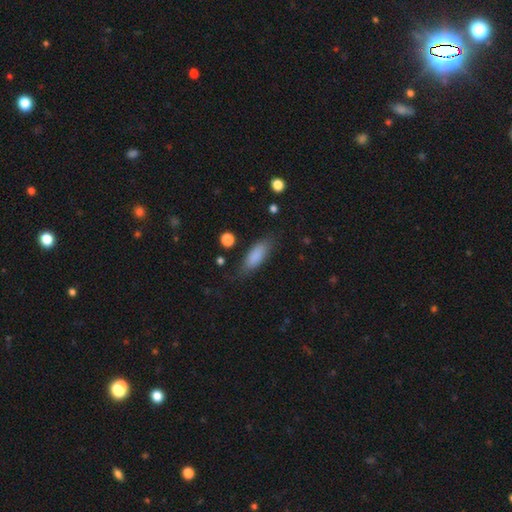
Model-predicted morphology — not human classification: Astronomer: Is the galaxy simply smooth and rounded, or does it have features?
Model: smooth — 85%.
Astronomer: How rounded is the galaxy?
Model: in between — 67%.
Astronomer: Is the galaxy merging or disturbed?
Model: none — 74%.